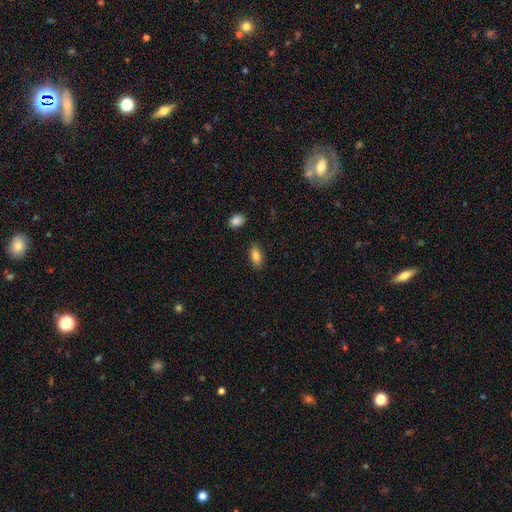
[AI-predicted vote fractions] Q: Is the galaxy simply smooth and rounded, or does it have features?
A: smooth — 85%.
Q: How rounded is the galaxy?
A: in between — 90%.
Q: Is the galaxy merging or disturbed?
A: none — 84%.